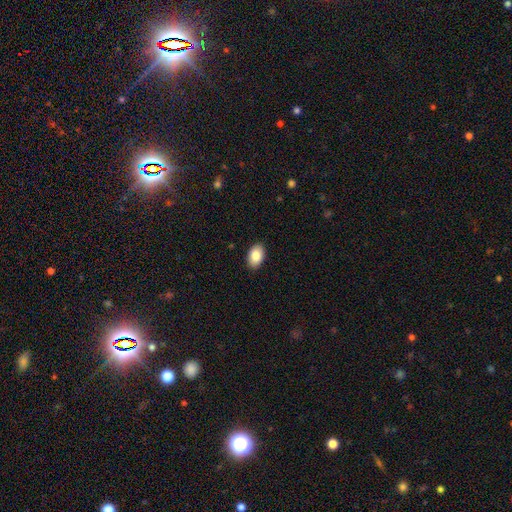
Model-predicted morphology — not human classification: Smooth or featured? Predicted: smooth (p=0.85). How rounded? Predicted: in between (p=0.89). Merging? Predicted: none (p=0.90).